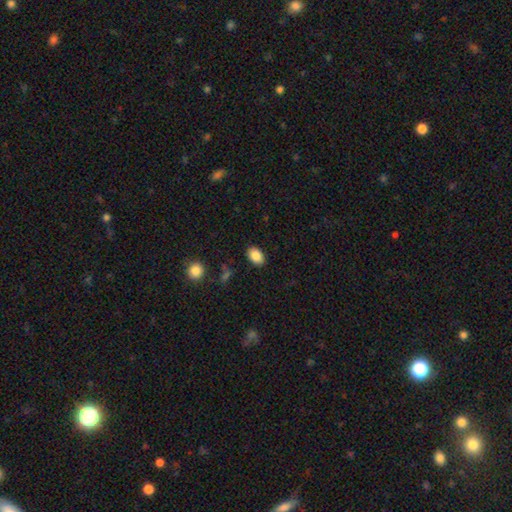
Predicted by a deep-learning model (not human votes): The model was most divided on "how rounded": in between: 85%, round: 14%, cigar-shaped: 1%. More confident: merging — none (88%); smooth or featured — smooth (86%).